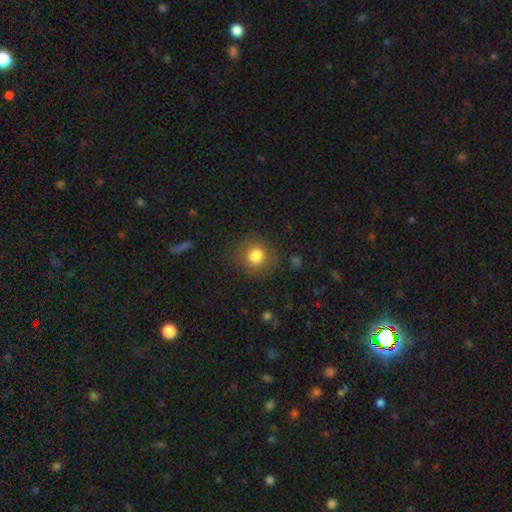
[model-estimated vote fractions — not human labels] This is clearly a smooth galaxy (82%). How rounded: likely round (75%). Merging: likely none (76%).